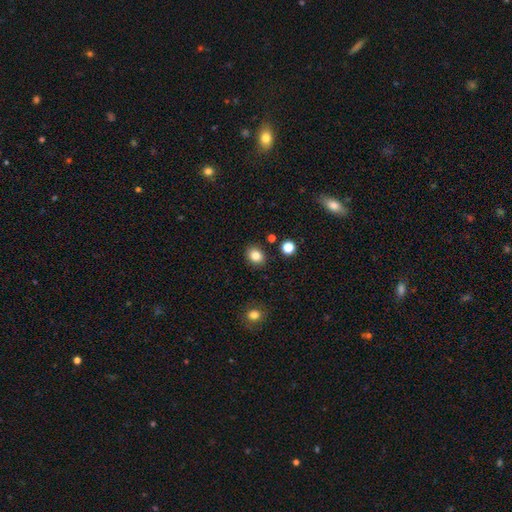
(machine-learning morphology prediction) Smooth or featured?
  - smooth: 82% *
  - star or artifact: 11%
  - featured or disk: 7%
How rounded?
  - round: 56% *
  - in between: 43%
  - cigar-shaped: 1%
Merging?
  - none: 88% *
  - minor disturbance: 8%
  - merger: 2%
  - major disturbance: 2%